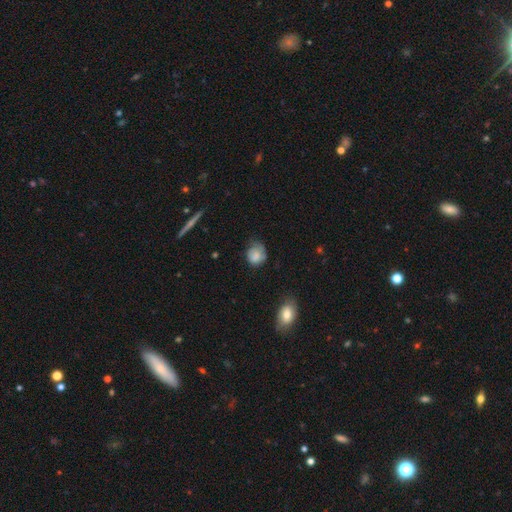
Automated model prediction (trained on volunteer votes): Morphology: type=smooth (75%); roundness=round (63%); merging=none (48%).